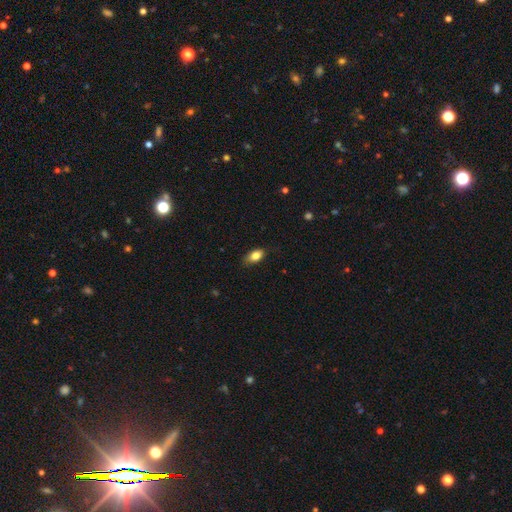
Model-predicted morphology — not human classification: Q: Smooth or featured?
A: smooth (83%); runner-up: featured or disk (9%)
Q: How rounded?
A: in between (88%); runner-up: round (7%)
Q: Merging?
A: none (78%); runner-up: minor disturbance (18%)